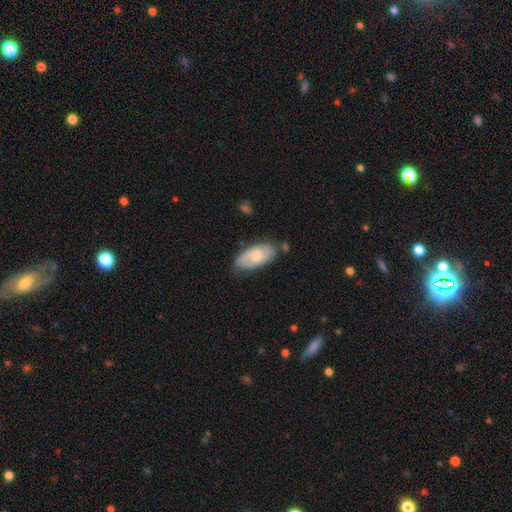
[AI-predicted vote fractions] A smooth galaxy with no disk features (48%).

Vote fractions:
- Smooth or featured? smooth: 48% / featured or disk: 46% / star or artifact: 6%
- Merging? none: 66% / minor disturbance: 24% / major disturbance: 6% / merger: 4%